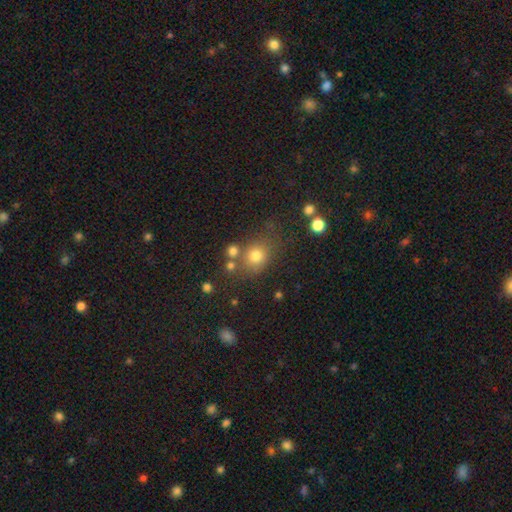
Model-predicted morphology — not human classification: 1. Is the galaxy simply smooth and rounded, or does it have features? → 75% smooth, 16% star or artifact, 9% featured or disk.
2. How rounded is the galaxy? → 68% round, 30% in between, 1% cigar-shaped.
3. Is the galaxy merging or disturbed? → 64% none, 15% minor disturbance, 13% merger, 8% major disturbance.